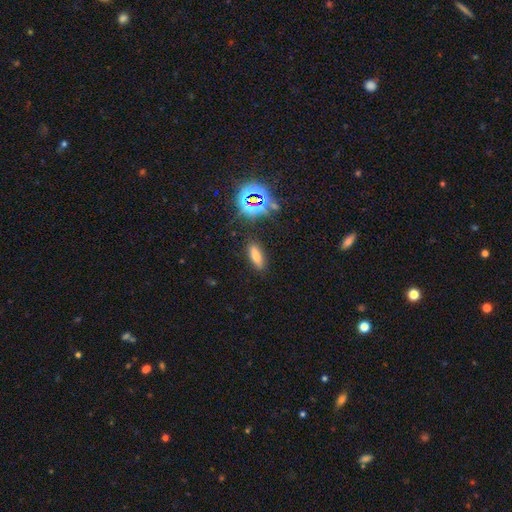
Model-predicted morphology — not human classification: Smooth or featured?
  - smooth: 67% *
  - star or artifact: 22%
  - featured or disk: 11%
How rounded?
  - in between: 59% *
  - cigar-shaped: 36%
  - round: 5%
Merging?
  - none: 85% *
  - minor disturbance: 9%
  - major disturbance: 3%
  - merger: 2%